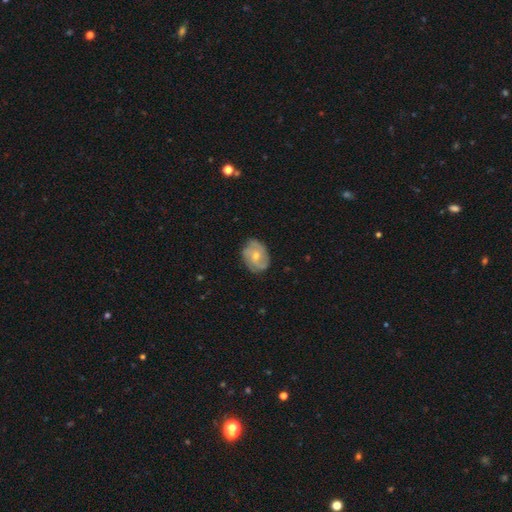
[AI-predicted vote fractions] Smooth or featured: featured or disk — 68% (smooth — 26%)
Edge-on disk: no — 97% (yes — 3%)
Bar: no — 74% (weak — 22%)
Spiral arms: yes — 87% (no — 13%)
Spiral winding: tight — 46% (medium — 39%)
Spiral arm count: 3 — 31% (2 — 27%)
Bulge size: small — 48% (tied with moderate — 48%)
Merging: none — 73% (minor disturbance — 20%)